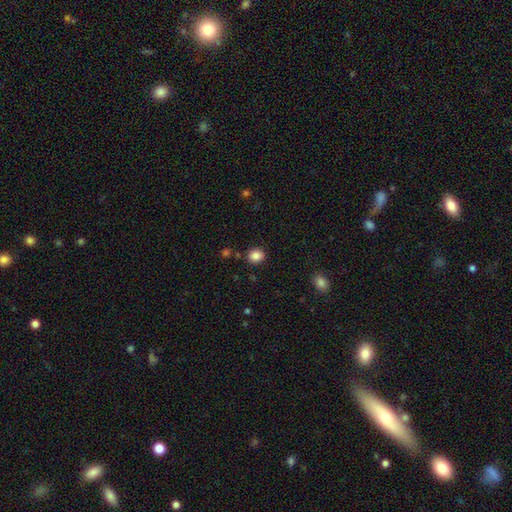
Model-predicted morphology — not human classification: Smooth or featured: smooth — 86% (star or artifact — 10%)
How rounded: round — 77% (in between — 22%)
Merging: none — 88% (minor disturbance — 8%)